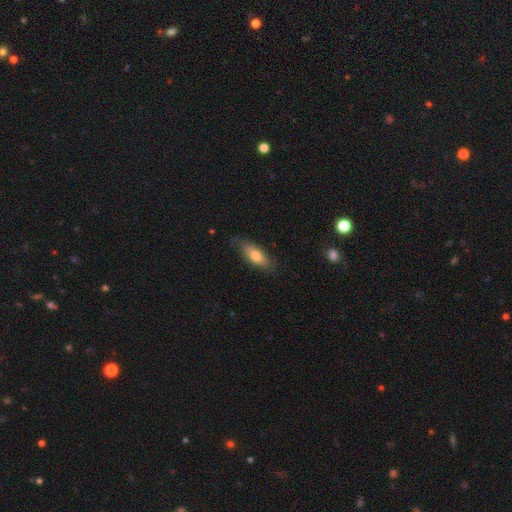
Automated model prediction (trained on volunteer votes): Smooth or featured: smooth — 73% (featured or disk — 21%)
How rounded: in between — 71% (cigar-shaped — 27%)
Merging: none — 73% (minor disturbance — 21%)